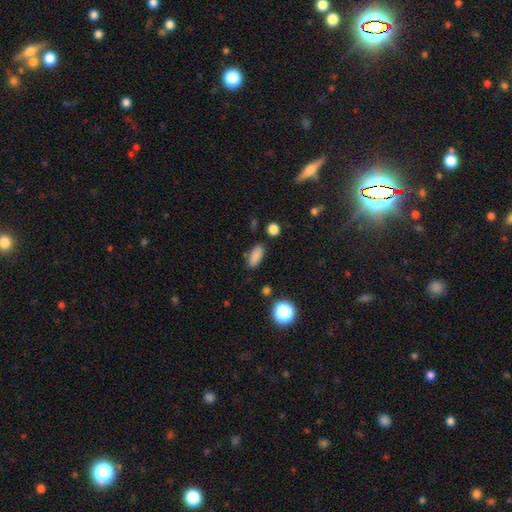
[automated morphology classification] A smooth galaxy with no disk features (84%) that is in between round and cigar-shaped (80%).

Vote fractions:
- Smooth or featured? smooth: 84% / star or artifact: 11% / featured or disk: 5%
- How rounded? in between: 80% / cigar-shaped: 16% / round: 5%
- Merging? none: 82% / minor disturbance: 12% / merger: 3% / major disturbance: 3%